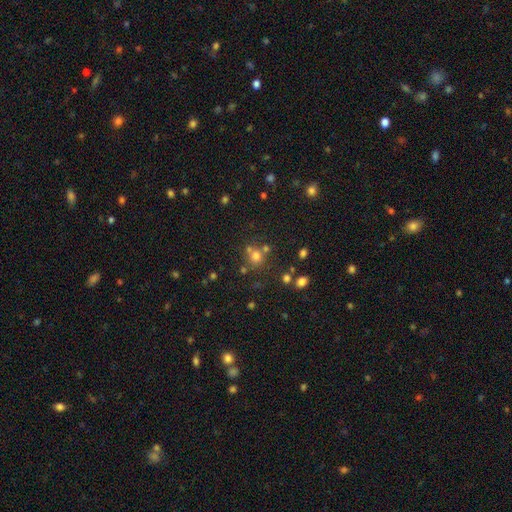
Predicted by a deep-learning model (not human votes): The model was most divided on "merging": none: 60%, merger: 25%, minor disturbance: 10%, major disturbance: 5%. More confident: how rounded — round (85%); smooth or featured — smooth (67%).